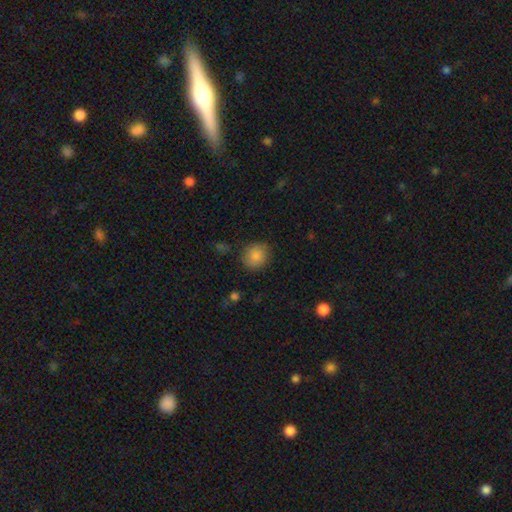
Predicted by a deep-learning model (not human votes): Q: Smooth or featured?
A: smooth (86%); runner-up: star or artifact (9%)
Q: How rounded?
A: round (84%); runner-up: in between (15%)
Q: Merging?
A: none (83%); runner-up: minor disturbance (12%)